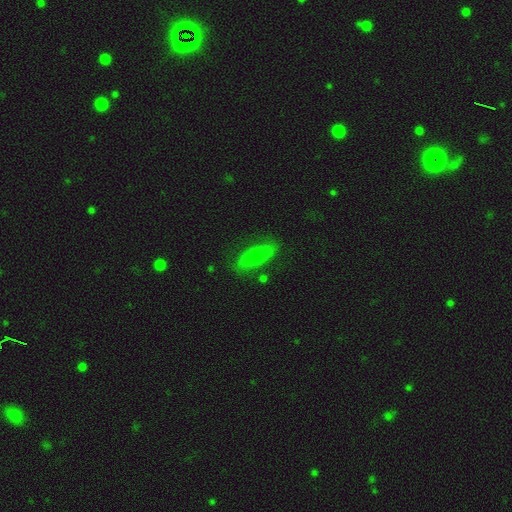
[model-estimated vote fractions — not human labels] smooth_or_featured: smooth (p=0.54) [alt: featured or disk p=0.37]
how_rounded: in between (p=0.55) [alt: cigar-shaped p=0.40]
merging: none (p=0.79) [alt: minor disturbance p=0.15]